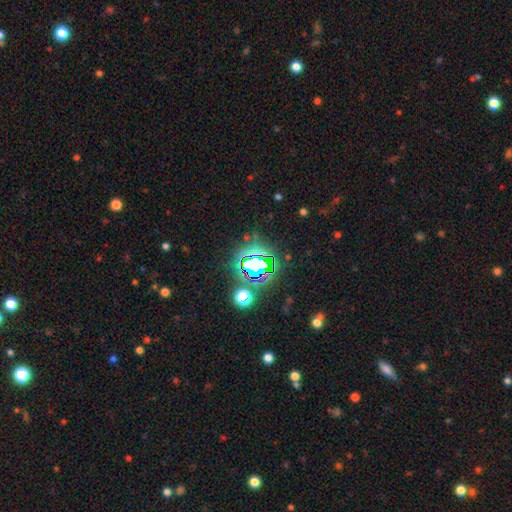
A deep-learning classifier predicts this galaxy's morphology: star or artifact 82%, smooth 11%, featured or disk 7%.